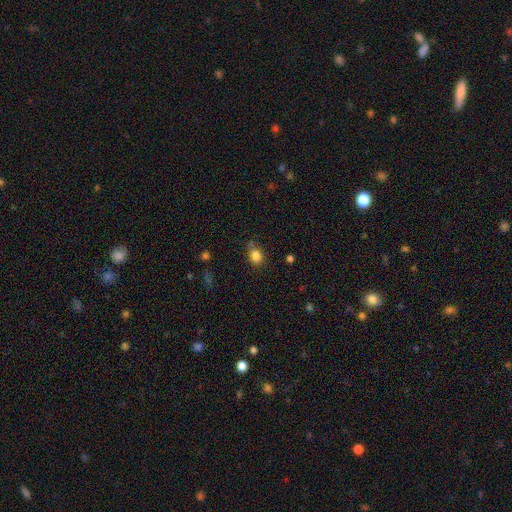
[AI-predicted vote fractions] This appears to be a smooth galaxy with no disk features (83%) that is round (57%). Merging: none (71%).